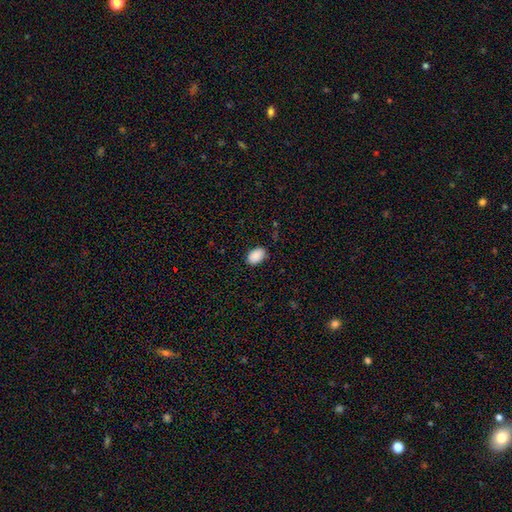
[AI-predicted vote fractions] Smooth or featured? Predicted: smooth (p=0.90). How rounded? Predicted: in between (p=0.89). Merging? Predicted: none (p=0.86).